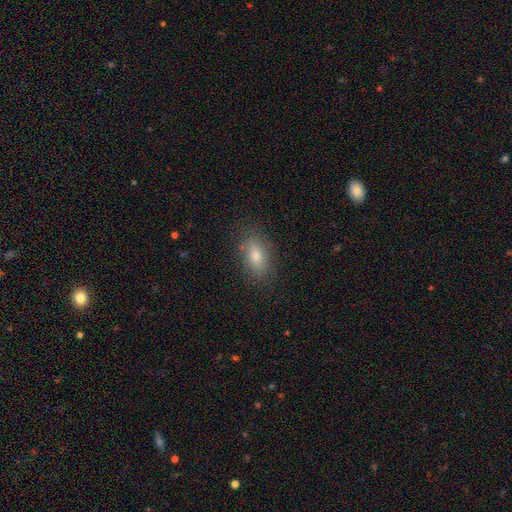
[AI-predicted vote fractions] Smooth or featured? Predicted: smooth (p=0.78). How rounded? Predicted: in between (p=0.87). Merging? Predicted: none (p=0.83).